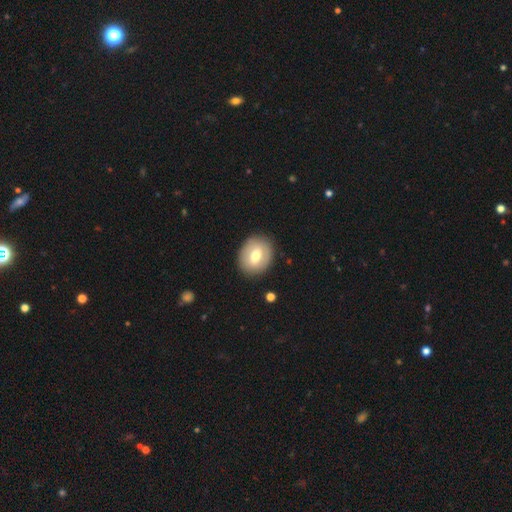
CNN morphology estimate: smooth-or-featured: smooth: 61% | featured or disk: 32% | star or artifact: 7%
  how-rounded: round: 54% | in between: 45% | cigar-shaped: 1%
  merging: none: 87% | minor disturbance: 9% | major disturbance: 3% | merger: 1%